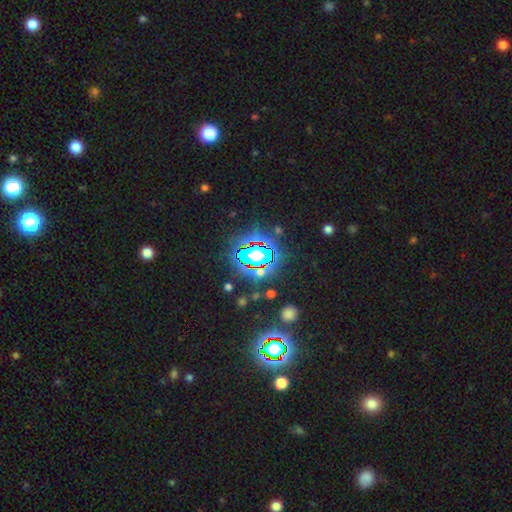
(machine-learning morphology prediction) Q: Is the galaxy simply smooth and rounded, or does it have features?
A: star or artifact — 82%.